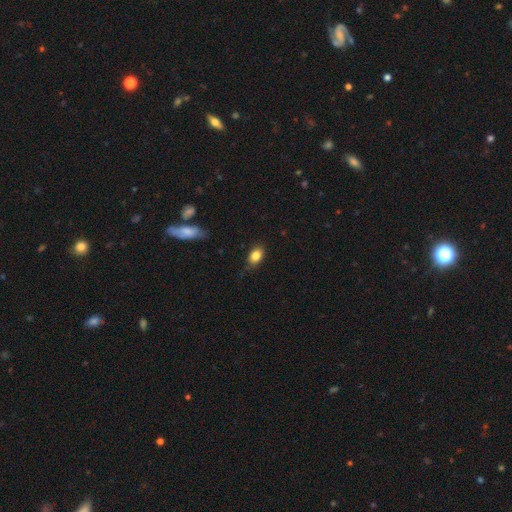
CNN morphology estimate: smooth-or-featured: smooth: 84% | star or artifact: 8% | featured or disk: 7%
  how-rounded: in between: 82% | round: 16% | cigar-shaped: 2%
  merging: none: 78% | minor disturbance: 17% | major disturbance: 3% | merger: 1%